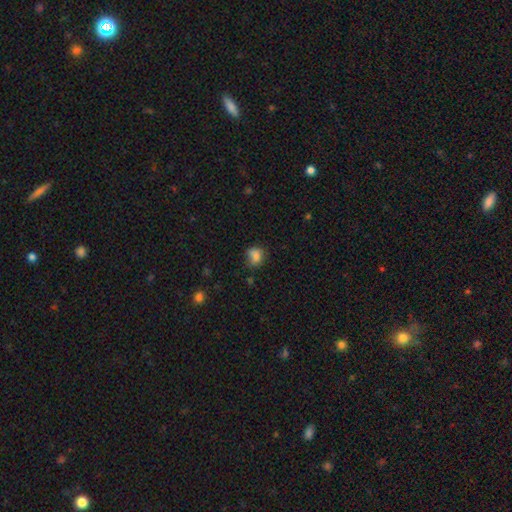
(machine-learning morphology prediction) Overall: smooth (75%). How rounded: round (55%; in between 44%). Merging: none (46%; minor disturbance 28%).